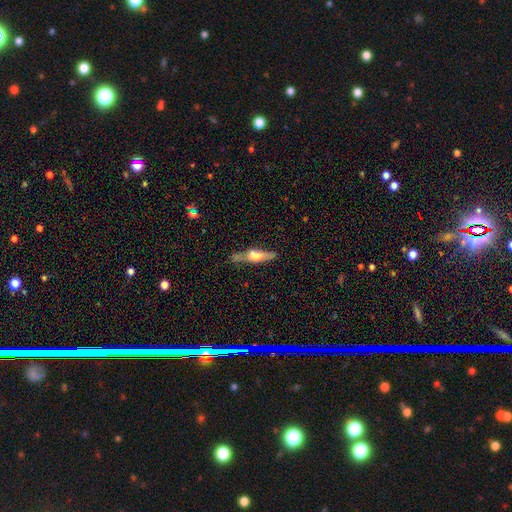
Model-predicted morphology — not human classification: type=featured or disk (50%); edge-on=yes (82%); merging=none (60%).